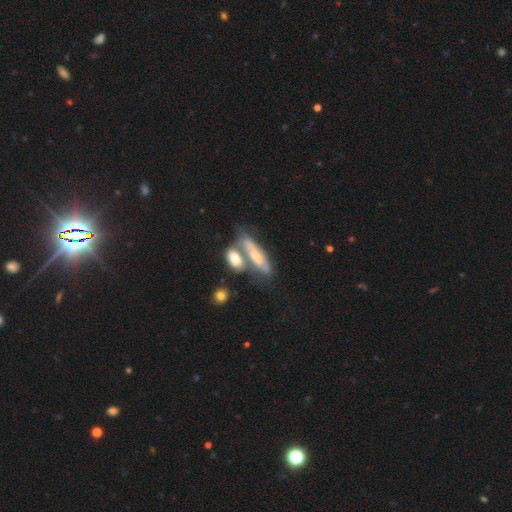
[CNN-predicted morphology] Smooth or featured? smooth (52%)
How rounded? in between (55%)
Merging? merger (46%)